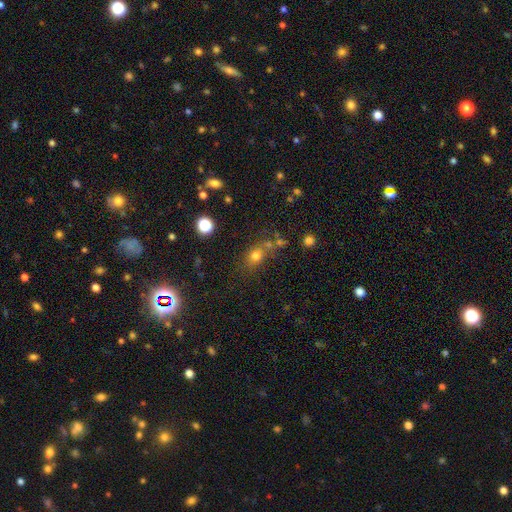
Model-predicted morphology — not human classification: A smooth galaxy with no disk features (71%) that is round (64%).

Vote fractions:
- Smooth or featured? smooth: 71% / star or artifact: 19% / featured or disk: 10%
- How rounded? round: 64% / in between: 34% / cigar-shaped: 2%
- Merging? none: 61% / merger: 17% / minor disturbance: 16% / major disturbance: 7%